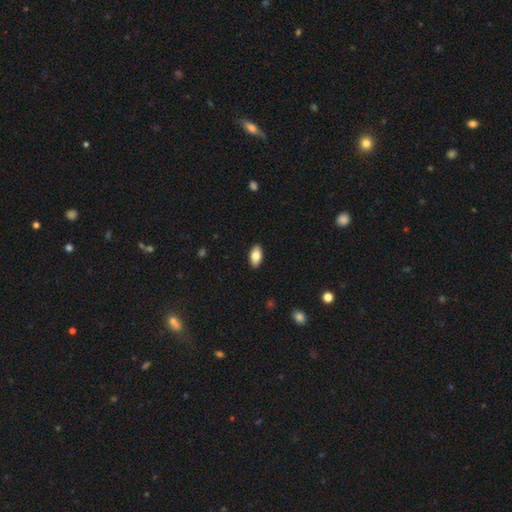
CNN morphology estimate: Smooth or featured? smooth (80%)
How rounded? in between (93%)
Merging? none (90%)